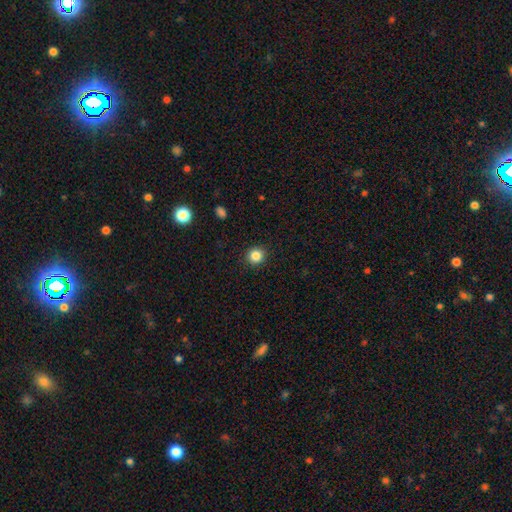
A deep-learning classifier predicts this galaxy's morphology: smooth 84%, star or artifact 11%, featured or disk 4%. Down the decision tree: how rounded — round (92%); merging — none (92%).